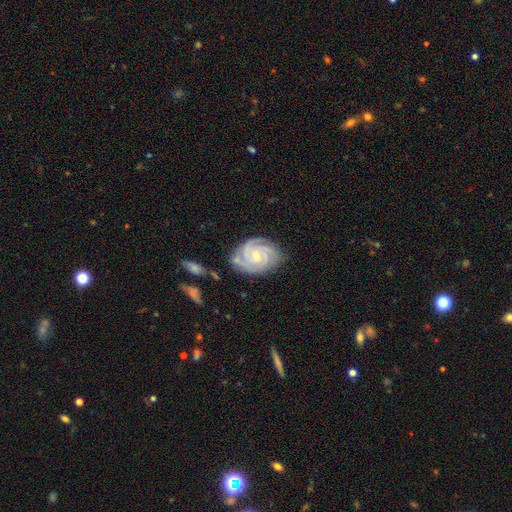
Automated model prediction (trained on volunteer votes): This appears to be a featured or disk galaxy (88%) with no bar (61%), 3 (43%) tight (75%) spiral arms (98%) and a small central bulge (63%). Merging: none (71%).